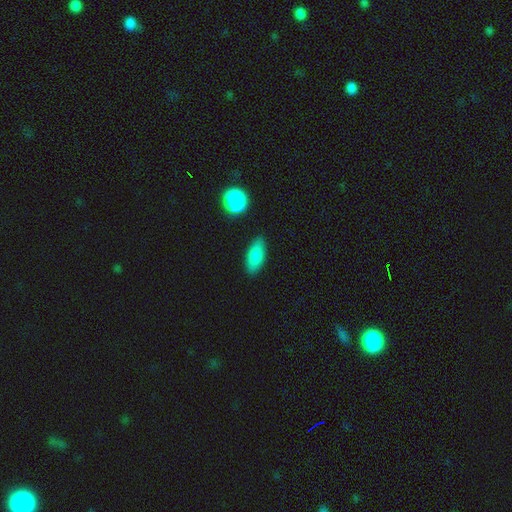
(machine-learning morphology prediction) The model was most divided on "merging": none: 82%, minor disturbance: 13%, major disturbance: 3%, merger: 2%. More confident: smooth or featured — smooth (84%); how rounded — in between (83%).